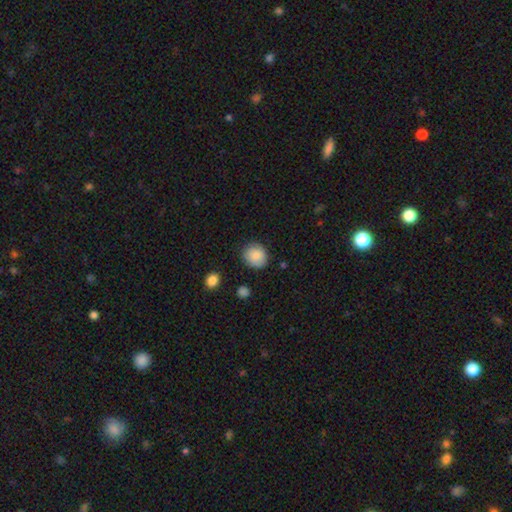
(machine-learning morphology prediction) type=smooth (85%); roundness=round (78%); merging=none (82%).